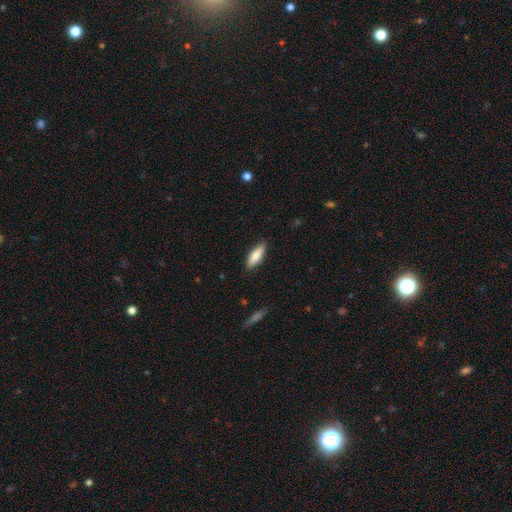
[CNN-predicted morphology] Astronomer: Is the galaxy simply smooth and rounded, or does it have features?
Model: smooth — 79%.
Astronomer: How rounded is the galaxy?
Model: in between — 53% (runner-up: cigar-shaped, 46%).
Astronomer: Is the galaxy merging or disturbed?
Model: none — 88%.